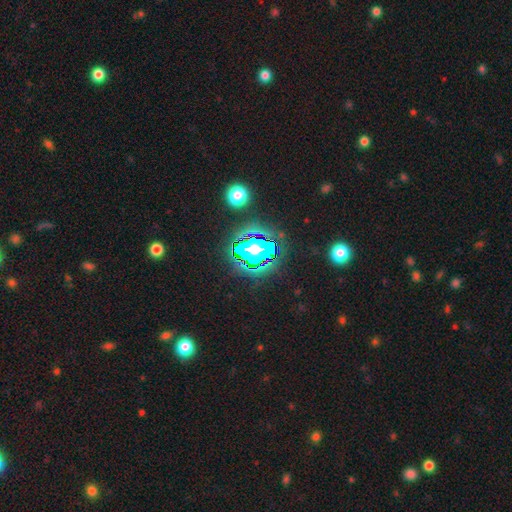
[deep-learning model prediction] Q: Smooth or featured?
A: star or artifact (81%); runner-up: smooth (11%)